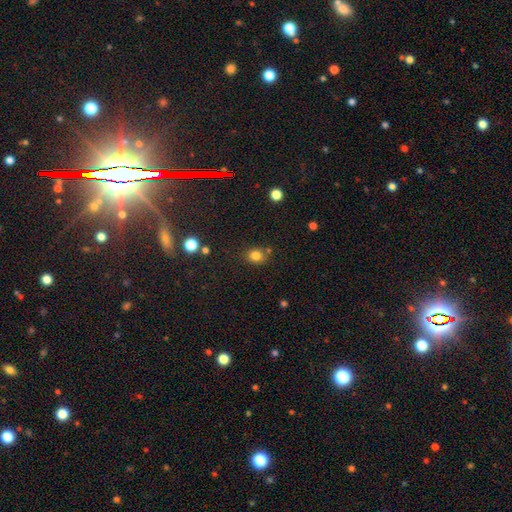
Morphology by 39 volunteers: smooth 77%, featured or disk 23%, star or artifact 0%. Down the decision tree: how rounded — round (57%); merging — none (72%).